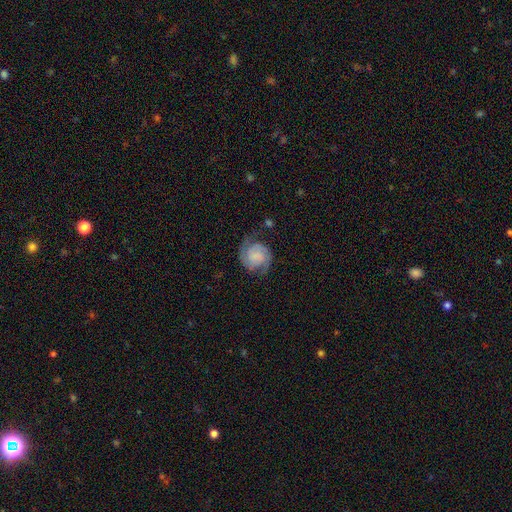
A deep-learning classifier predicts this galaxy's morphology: smooth_or_featured: featured or disk (p=0.73) [alt: smooth p=0.19]
disk_edge_on: no (p=0.98) [alt: yes p=0.02]
bar: no (p=0.66) [alt: weak p=0.28]
has_spiral_arms: yes (p=0.96) [alt: no p=0.04]
spiral_winding: tight (p=0.45) [alt: medium p=0.41]
spiral_arm_count: 2 (p=0.88) [alt: can't tell p=0.04]
bulge_size: none (p=0.52) [alt: small p=0.23]
merging: none (p=0.72) [alt: minor disturbance p=0.18]